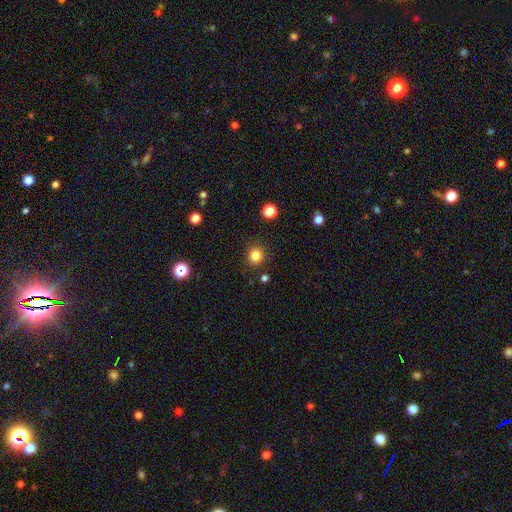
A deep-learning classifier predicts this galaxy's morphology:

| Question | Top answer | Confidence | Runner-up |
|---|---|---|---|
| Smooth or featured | smooth | 83% | star or artifact (13%) |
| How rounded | round | 88% | in between (11%) |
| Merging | none | 88% | minor disturbance (7%) |